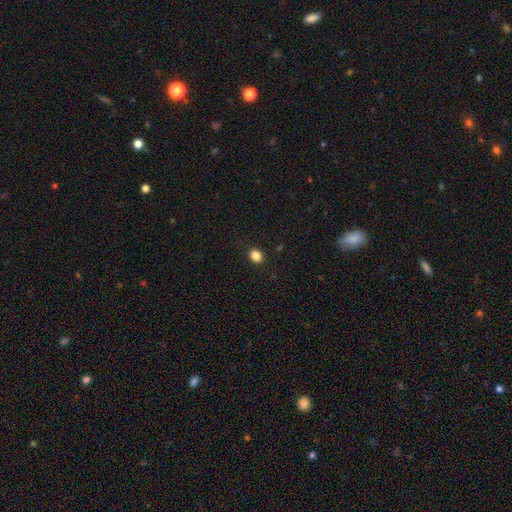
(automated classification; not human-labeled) This appears to be a smooth galaxy with no disk features (85%) that is round (56%). Merging: none (90%).